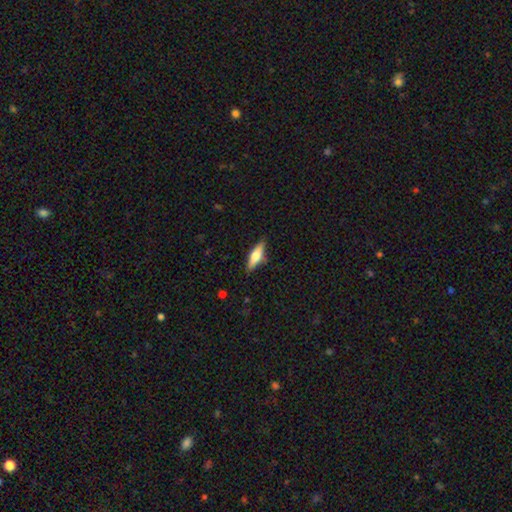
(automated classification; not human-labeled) smooth_or_featured: smooth (p=0.51) [alt: featured or disk p=0.42]
how_rounded: cigar-shaped (p=0.56) [alt: in between p=0.41]
merging: none (p=0.85) [alt: minor disturbance p=0.11]